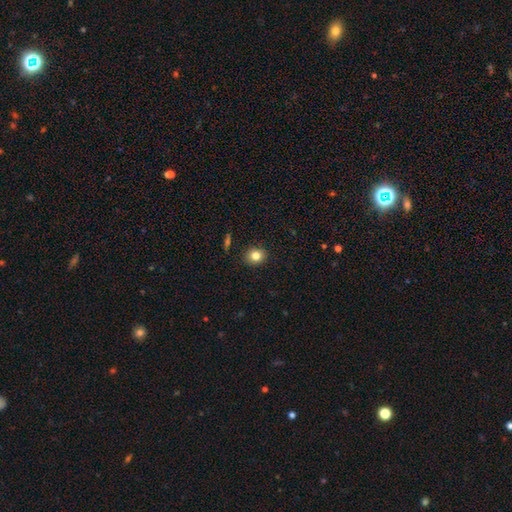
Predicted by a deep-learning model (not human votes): smooth_or_featured: smooth (p=0.82) [alt: star or artifact p=0.11]
how_rounded: round (p=0.72) [alt: in between p=0.27]
merging: none (p=0.90) [alt: minor disturbance p=0.07]